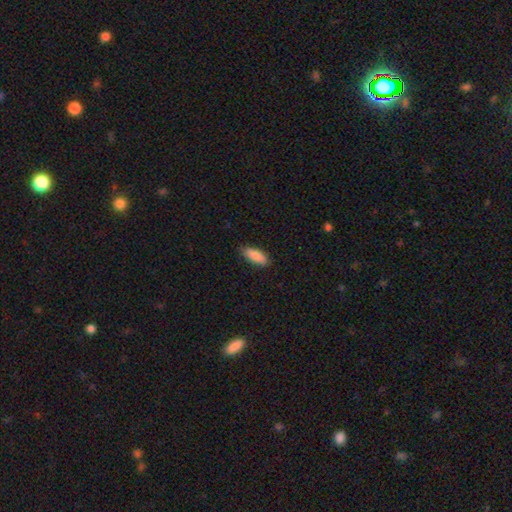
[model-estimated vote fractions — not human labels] smooth_or_featured: smooth (p=0.87) [alt: featured or disk p=0.07]
how_rounded: in between (p=0.73) [alt: cigar-shaped p=0.25]
merging: none (p=0.83) [alt: minor disturbance p=0.13]